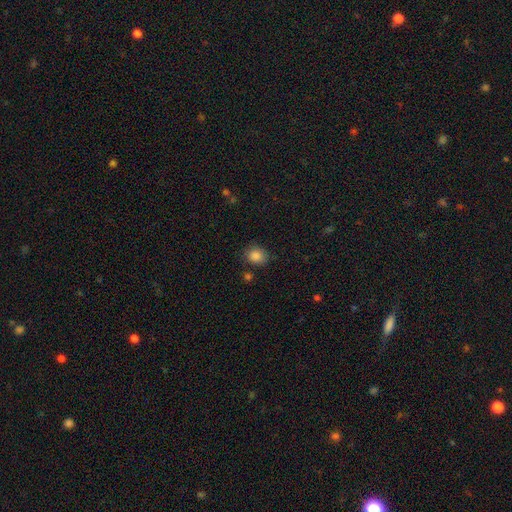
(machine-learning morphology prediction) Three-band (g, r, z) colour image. It shows a smooth galaxy with no disk features (86%) that is round (61%). Merging: none (79%).